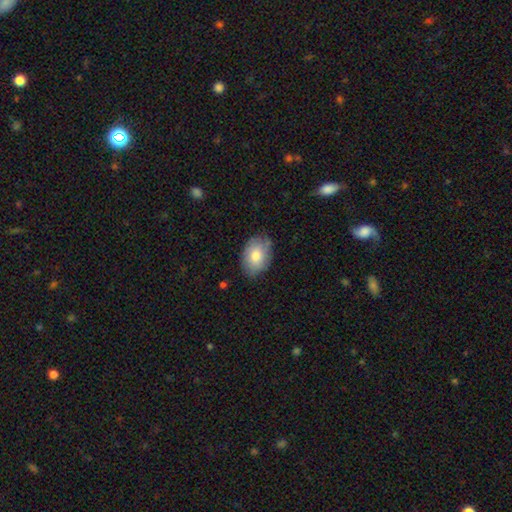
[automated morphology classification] This is likely a smooth galaxy (76%). How rounded: clearly in between (81%). Merging: likely none (73%).